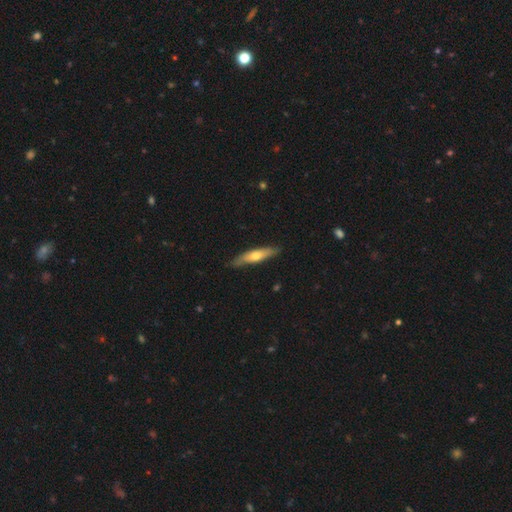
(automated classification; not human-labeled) Overall: smooth (53%; featured or disk 42%). How rounded: cigar-shaped (78%). Merging: none (81%).